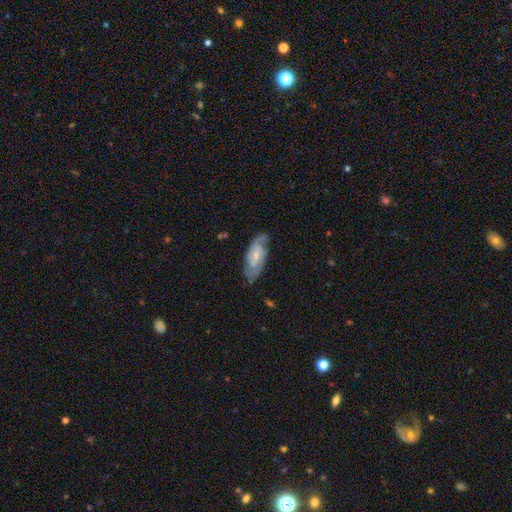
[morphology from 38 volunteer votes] Smooth or featured?
  - featured or disk: 74% *
  - smooth: 16%
  - star or artifact: 11%
Edge-on disk?
  - no: 82% *
  - yes: 18%
Bar?
  - weak: 52% *
  - no: 26%
  - strong: 22%
Spiral arms?
  - yes: 96% *
  - no: 4%
Spiral winding?
  - tight: 50% *
  - medium: 27%
  - loose: 23%
Spiral arm count?
  - 2: 73% *
  - 1: 14%
  - can't tell: 9%
  - 3: 5%
  - 4: 0%
  - more than 4: 0%
Bulge size?
  - small: 57% *
  - moderate: 39%
  - large: 4%
  - dominant: 0%
  - none: 0%
Merging?
  - none: 79% *
  - minor disturbance: 18%
  - major disturbance: 3%
  - merger: 0%